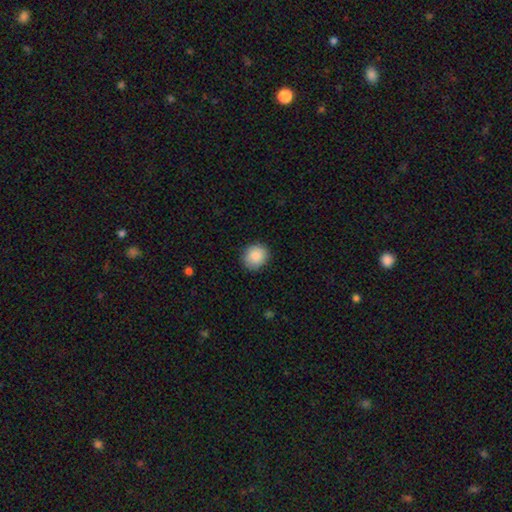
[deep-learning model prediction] This appears to be a smooth galaxy with no disk features (88%) that is round (81%). Merging: none (89%).